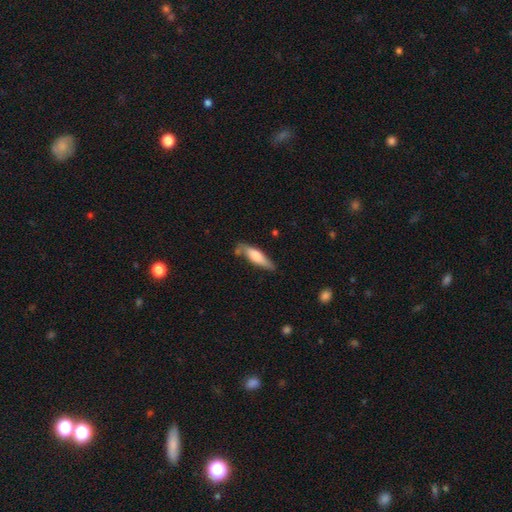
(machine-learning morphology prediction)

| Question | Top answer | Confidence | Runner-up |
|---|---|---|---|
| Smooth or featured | smooth | 63% | featured or disk (32%) |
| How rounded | cigar-shaped | 61% | in between (37%) |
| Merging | none | 63% | minor disturbance (25%) |